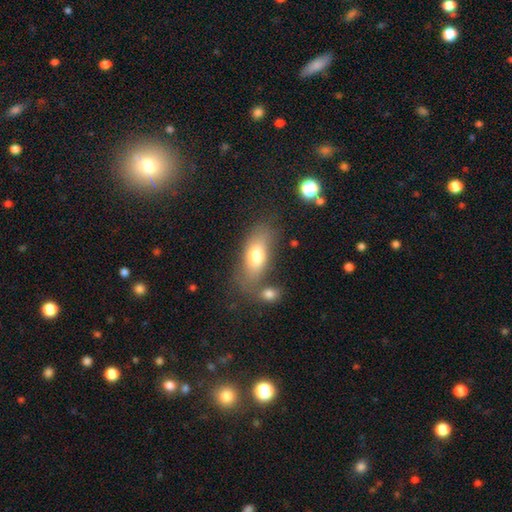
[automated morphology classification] A smooth galaxy with no disk features (72%) that is in between round and cigar-shaped (81%).

Vote fractions:
- Smooth or featured? smooth: 72% / featured or disk: 20% / star or artifact: 8%
- How rounded? in between: 81% / cigar-shaped: 13% / round: 5%
- Merging? none: 61% / merger: 16% / minor disturbance: 16% / major disturbance: 7%